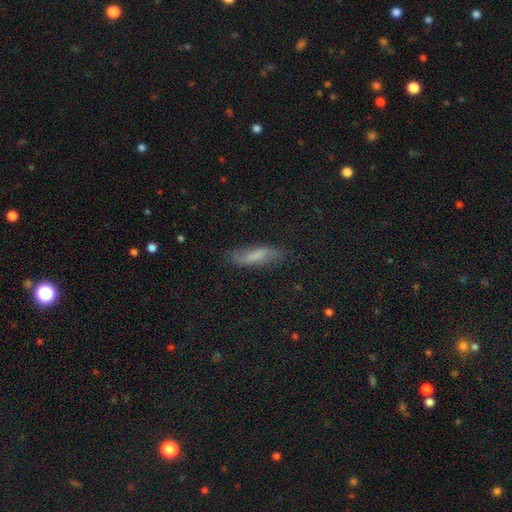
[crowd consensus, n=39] Volunteers were most divided on "how rounded": in between: 52%, cigar-shaped: 48%, round: 0%. More confident: merging — none (59%); smooth or featured — smooth (59%).